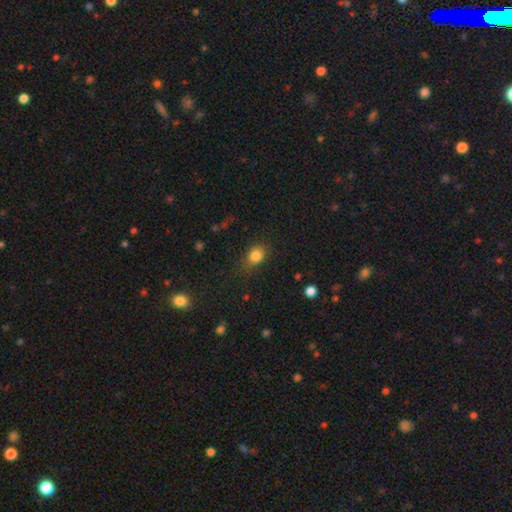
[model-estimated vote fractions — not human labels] A smooth galaxy with no disk features (83%) that is round (56%). Merging: none (74%).